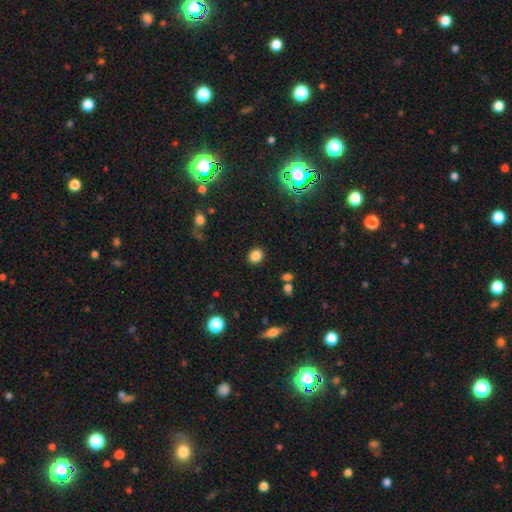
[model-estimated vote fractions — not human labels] Smooth or featured?
  - smooth: 84% *
  - star or artifact: 12%
  - featured or disk: 5%
How rounded?
  - round: 79% *
  - in between: 20%
  - cigar-shaped: 1%
Merging?
  - none: 89% *
  - minor disturbance: 6%
  - major disturbance: 2%
  - merger: 2%